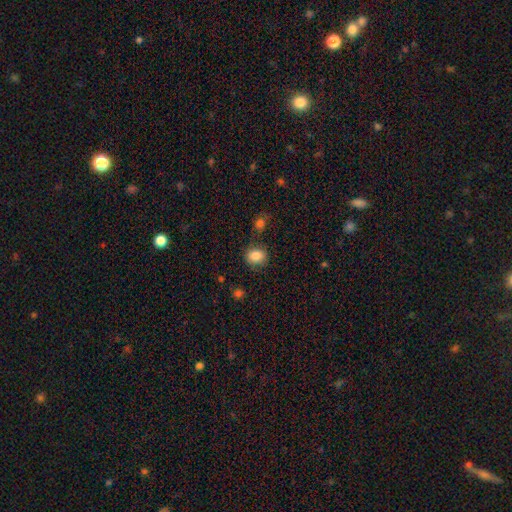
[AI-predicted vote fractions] smooth 85%, star or artifact 9%, featured or disk 6%. Down the decision tree: how rounded — round (54%); merging — none (79%).